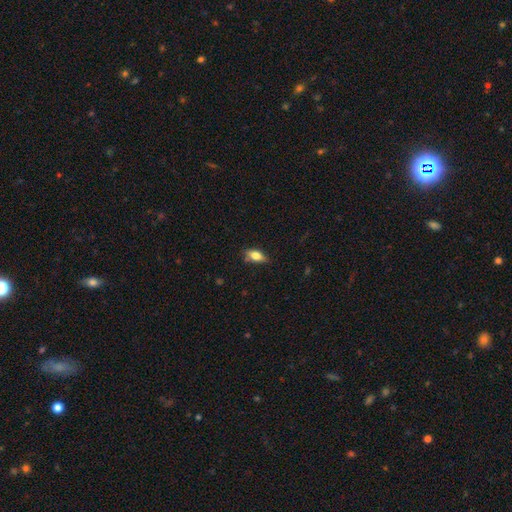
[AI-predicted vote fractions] Overall: smooth (74%). How rounded: in between (85%). Merging: none (69%).